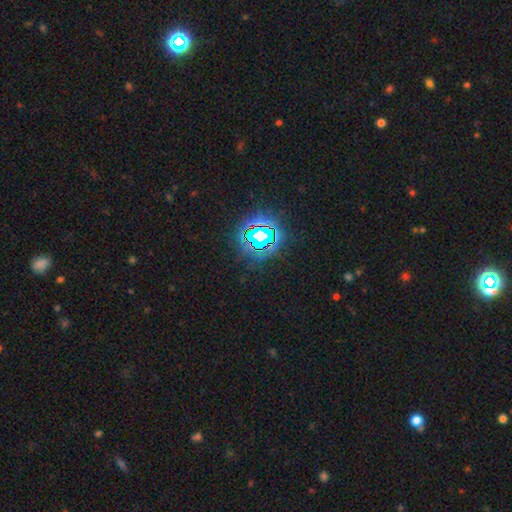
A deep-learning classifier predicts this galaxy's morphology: star or artifact 83%, smooth 11%, featured or disk 6%.